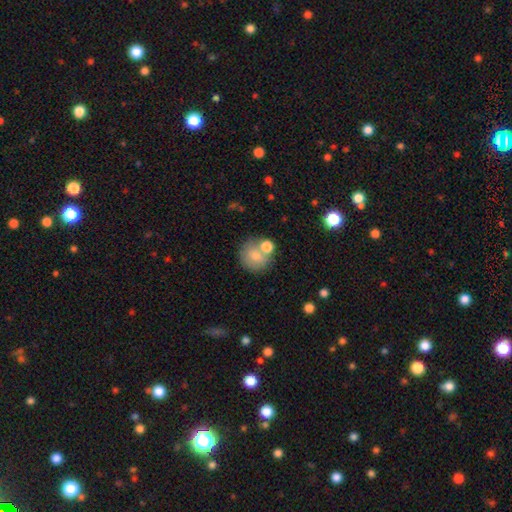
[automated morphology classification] Smooth or featured: smooth — 75% (featured or disk — 16%)
How rounded: round — 89% (in between — 10%)
Merging: none — 57% (merger — 27%)